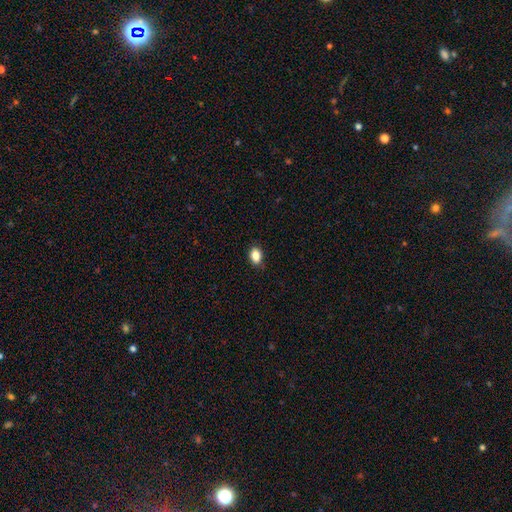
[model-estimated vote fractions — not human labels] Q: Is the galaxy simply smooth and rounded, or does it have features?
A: smooth — 86%.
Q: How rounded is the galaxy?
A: in between — 82%.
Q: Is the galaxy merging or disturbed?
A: none — 87%.